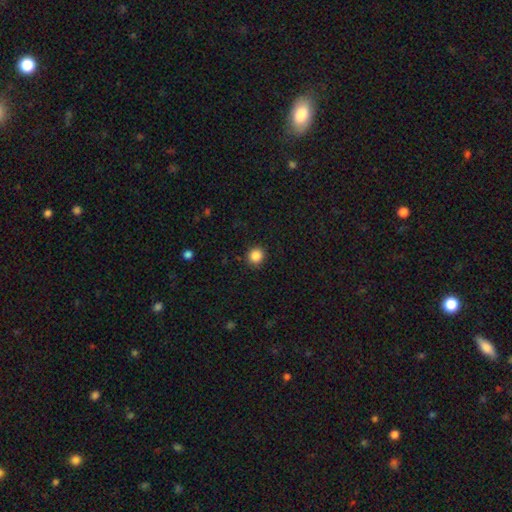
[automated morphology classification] smooth-or-featured: smooth: 86% | star or artifact: 10% | featured or disk: 3%
  how-rounded: round: 91% | in between: 8% | cigar-shaped: 1%
  merging: none: 90% | minor disturbance: 7% | major disturbance: 2% | merger: 1%